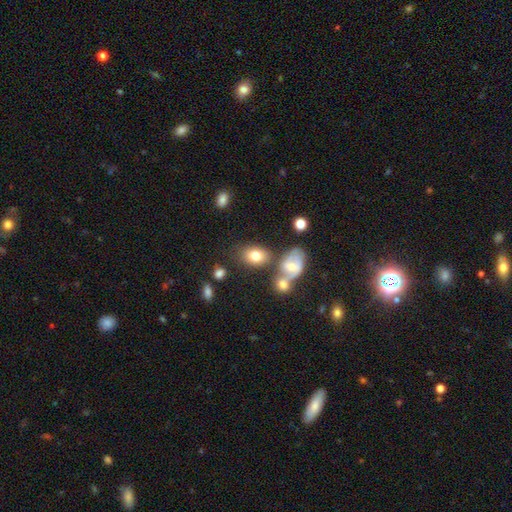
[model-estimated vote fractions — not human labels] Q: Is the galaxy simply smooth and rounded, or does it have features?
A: smooth — 72%.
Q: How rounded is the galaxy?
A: in between — 77%.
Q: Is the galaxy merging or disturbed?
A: none — 56%.